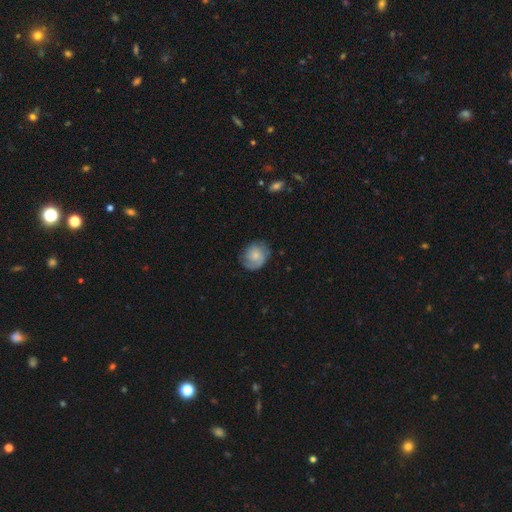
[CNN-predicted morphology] Smooth or featured? Predicted: smooth (p=0.53). How rounded? Predicted: round (p=0.70). Merging? Predicted: none (p=0.66).